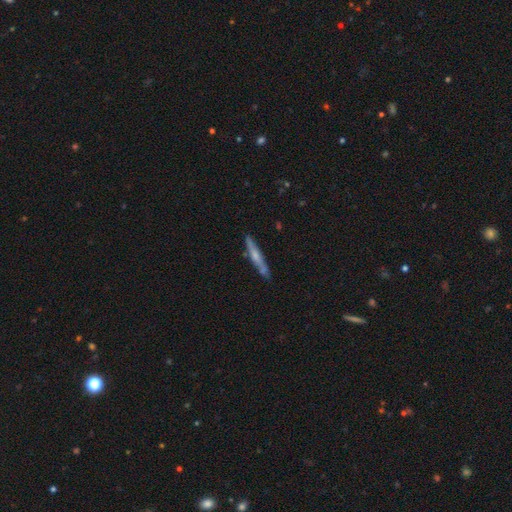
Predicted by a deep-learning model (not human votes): Smooth or featured? featured or disk (53%)
Edge-on disk? yes (92%)
Merging? none (80%)